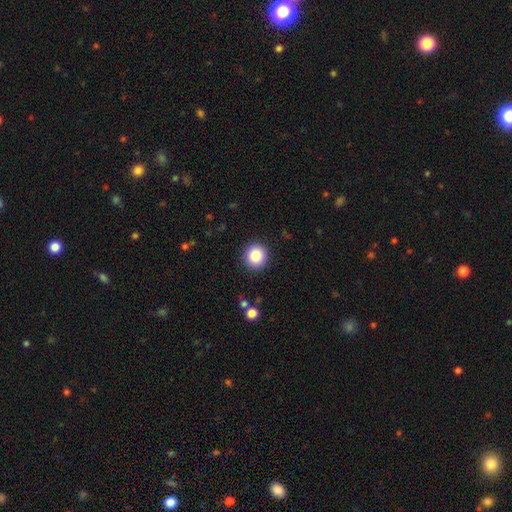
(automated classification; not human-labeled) Smooth or featured? smooth (86%)
How rounded? round (92%)
Merging? none (90%)